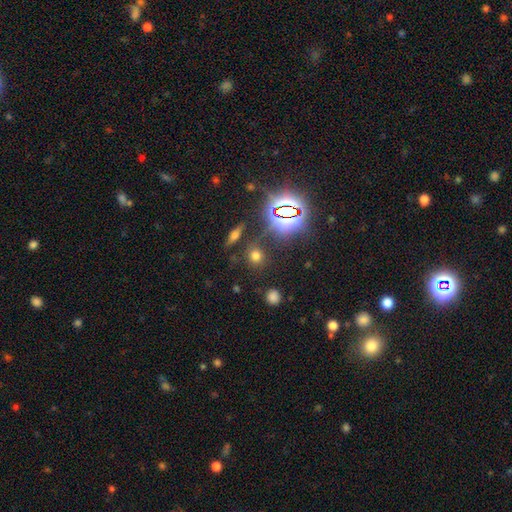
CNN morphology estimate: A smooth galaxy with no disk features (59%) that is round (75%).

Vote fractions:
- Smooth or featured? smooth: 59% / star or artifact: 32% / featured or disk: 9%
- How rounded? round: 75% / in between: 22% / cigar-shaped: 3%
- Merging? none: 81% / minor disturbance: 10% / merger: 6% / major disturbance: 4%